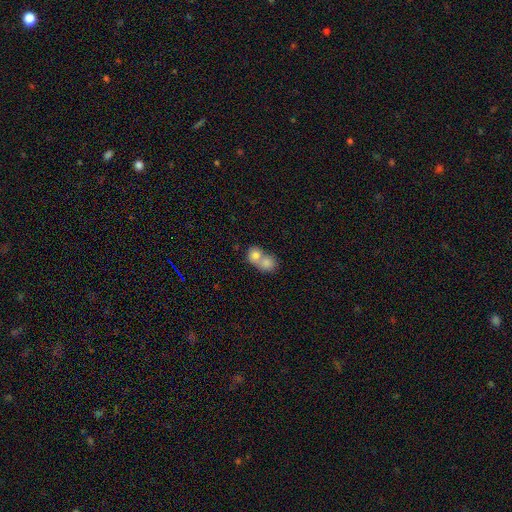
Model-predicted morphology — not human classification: Smooth or featured: smooth — 77% (featured or disk — 15%)
How rounded: round — 67% (in between — 32%)
Merging: merger — 74% (none — 19%)